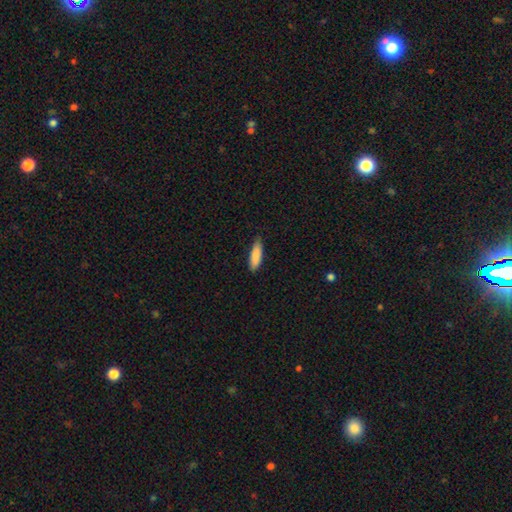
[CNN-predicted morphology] This appears to be a smooth galaxy with no disk features (88%) that is cigar-shaped (54%). Merging: none (80%).